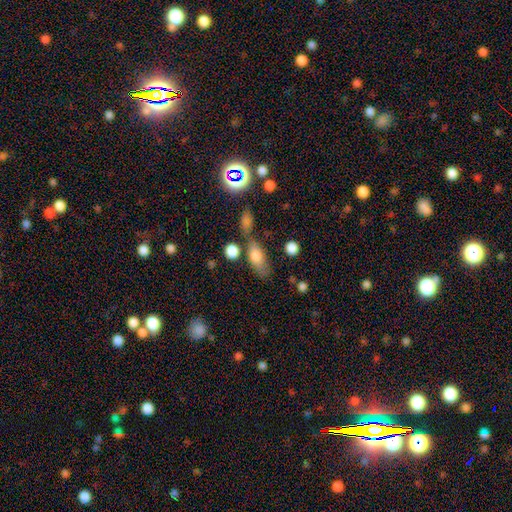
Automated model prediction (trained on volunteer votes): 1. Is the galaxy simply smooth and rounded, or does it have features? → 75% smooth, 16% featured or disk, 9% star or artifact.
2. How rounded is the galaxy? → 75% in between, 18% cigar-shaped, 7% round.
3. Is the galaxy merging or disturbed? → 54% none, 20% minor disturbance, 18% merger, 8% major disturbance.